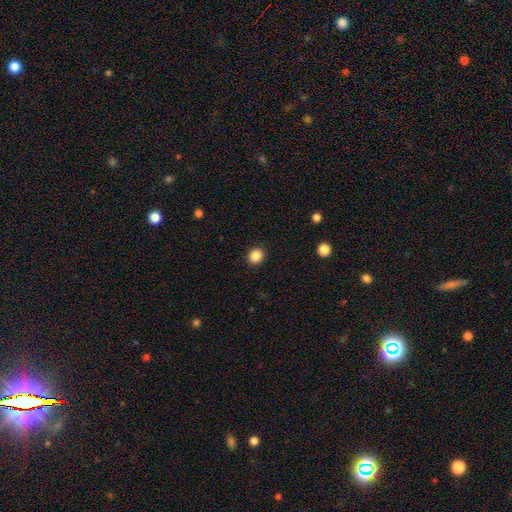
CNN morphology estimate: The model was most divided on "how rounded": round: 83%, in between: 16%, cigar-shaped: 1%. More confident: merging — none (92%); smooth or featured — smooth (87%).